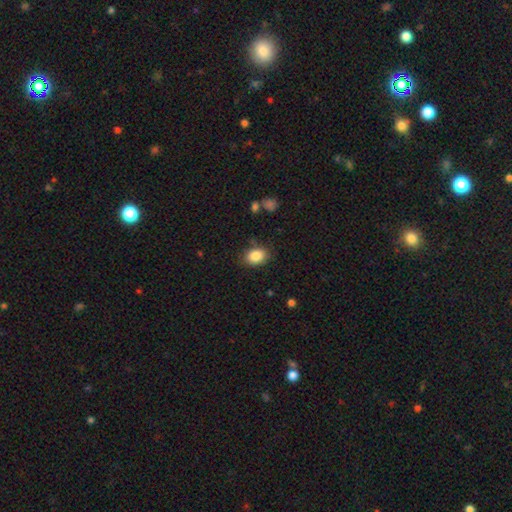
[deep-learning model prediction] smooth-or-featured: smooth: 86% | star or artifact: 8% | featured or disk: 6%
  how-rounded: in between: 74% | round: 25% | cigar-shaped: 1%
  merging: none: 82% | minor disturbance: 13% | major disturbance: 3% | merger: 2%